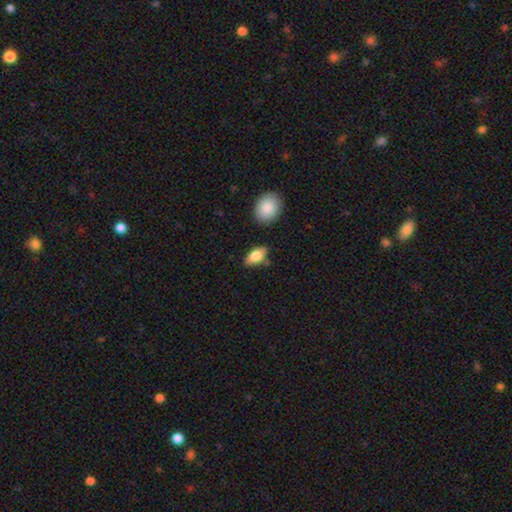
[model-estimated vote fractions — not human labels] smooth 80%, featured or disk 14%, star or artifact 7%. Down the decision tree: how rounded — in between (89%); merging — none (78%).